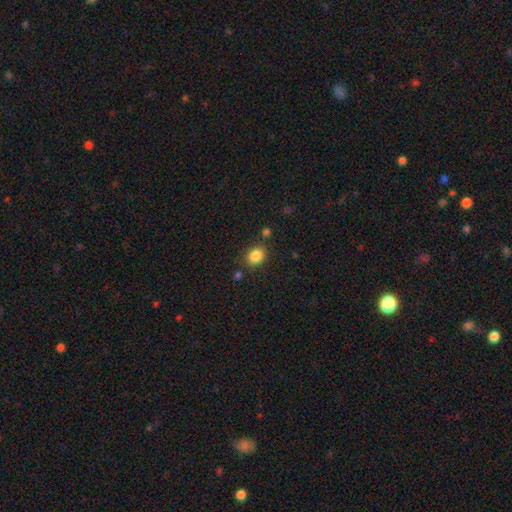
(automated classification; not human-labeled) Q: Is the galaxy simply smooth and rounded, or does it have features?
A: smooth — 85%.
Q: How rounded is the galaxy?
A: round — 57%.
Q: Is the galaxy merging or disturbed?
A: none — 80%.